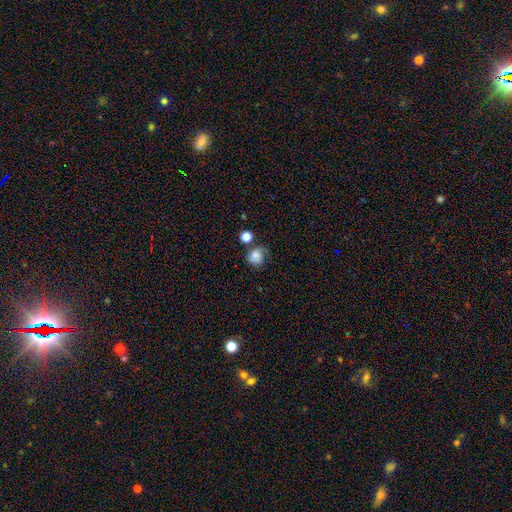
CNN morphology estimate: Smooth or featured? Predicted: smooth (p=0.73). How rounded? Predicted: round (p=0.71). Merging? Predicted: none (p=0.49).